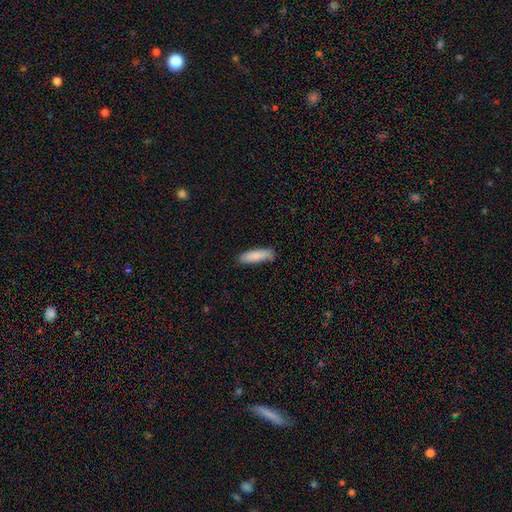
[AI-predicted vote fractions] Smooth or featured? smooth (86%)
How rounded? cigar-shaped (57%)
Merging? none (78%)